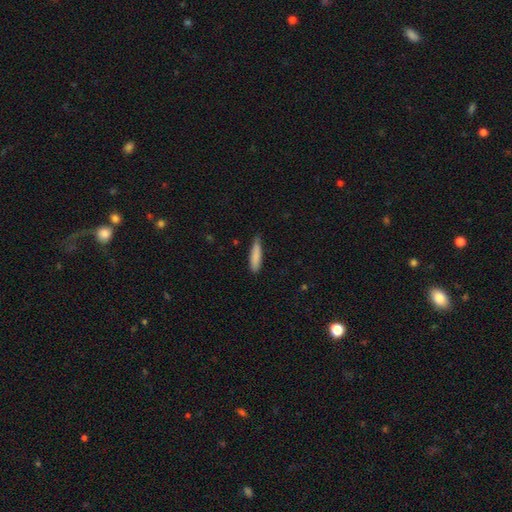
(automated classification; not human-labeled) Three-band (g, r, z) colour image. It shows a smooth galaxy with no disk features (84%) that is cigar-shaped (78%). Merging: none (68%).